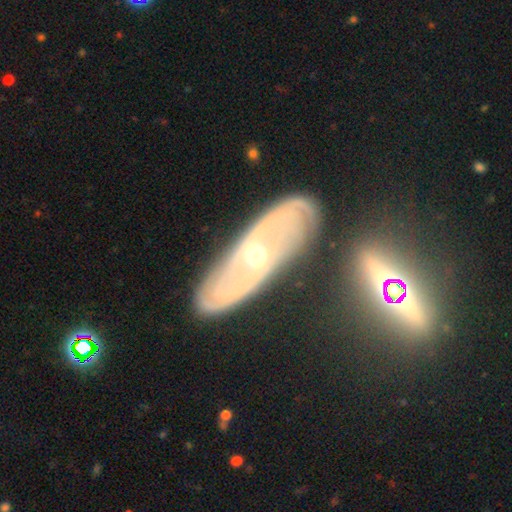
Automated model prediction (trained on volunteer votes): Smooth or featured? featured or disk (82%)
Edge-on disk? no (80%)
Bar? no (39%)
Spiral arms? yes (79%)
Spiral winding? tight (54%)
Spiral arm count? 2 (47%)
Bulge size? moderate (58%)
Merging? none (78%)